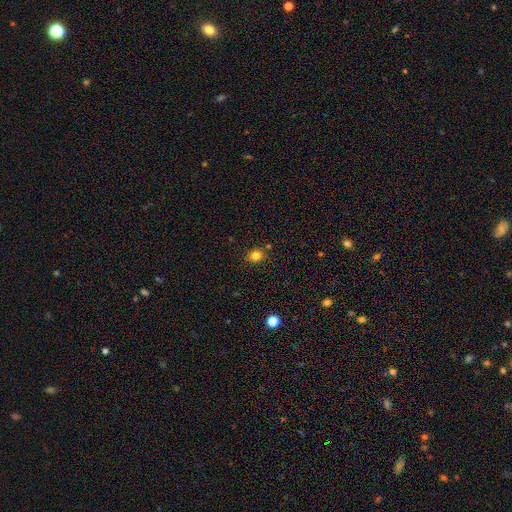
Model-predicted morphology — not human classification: The model was most divided on "how rounded": round: 69%, in between: 30%, cigar-shaped: 1%. More confident: merging — none (81%); smooth or featured — smooth (81%).